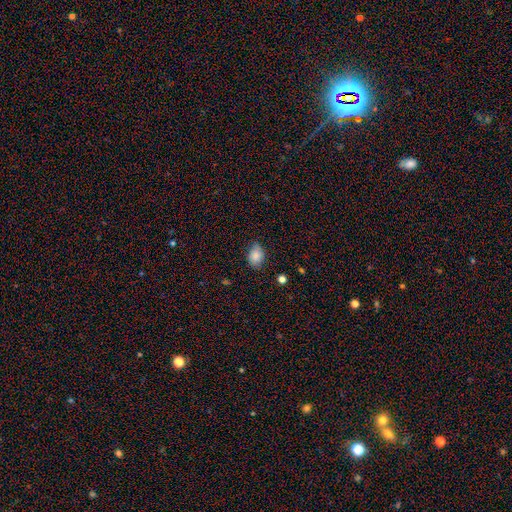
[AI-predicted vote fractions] Smooth or featured? Predicted: smooth (p=0.82). How rounded? Predicted: in between (p=0.71). Merging? Predicted: none (p=0.70).